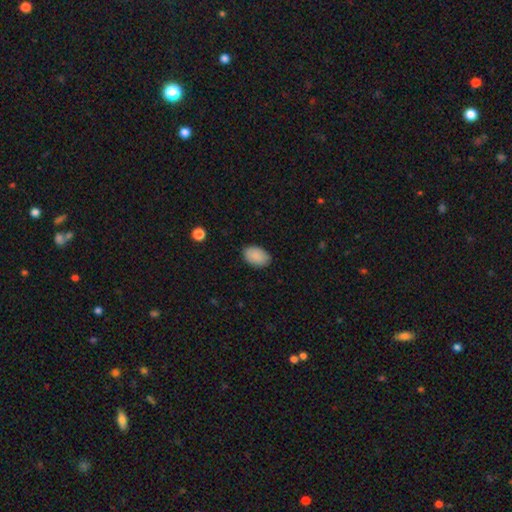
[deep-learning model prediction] The model was most divided on "merging": none: 86%, minor disturbance: 11%, major disturbance: 2%, merger: 1%. More confident: how rounded — in between (91%); smooth or featured — smooth (88%).